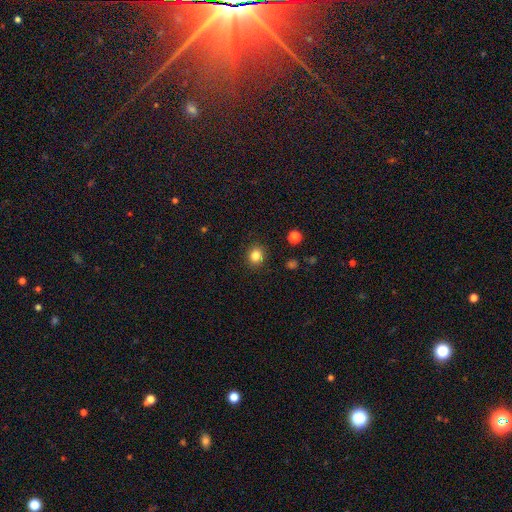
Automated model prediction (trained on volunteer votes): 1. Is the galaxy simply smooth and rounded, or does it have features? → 84% smooth, 12% star or artifact, 5% featured or disk.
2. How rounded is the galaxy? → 82% round, 17% in between, 1% cigar-shaped.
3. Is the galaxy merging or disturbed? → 90% none, 7% minor disturbance, 2% major disturbance, 1% merger.